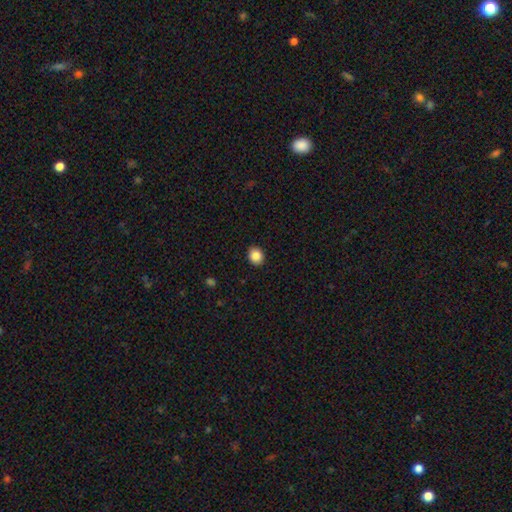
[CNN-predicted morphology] A smooth galaxy with no disk features (85%) that is round (67%).

Vote fractions:
- Smooth or featured? smooth: 85% / star or artifact: 9% / featured or disk: 5%
- How rounded? round: 67% / in between: 32% / cigar-shaped: 1%
- Merging? none: 91% / minor disturbance: 6% / major disturbance: 2% / merger: 1%